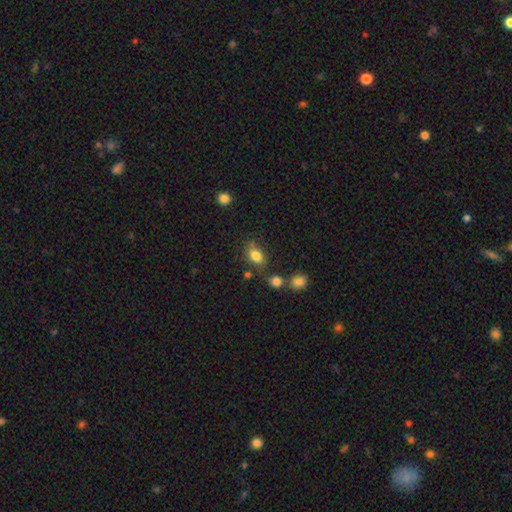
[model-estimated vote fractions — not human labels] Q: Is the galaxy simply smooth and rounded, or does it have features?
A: smooth — 82%.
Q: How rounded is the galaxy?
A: in between — 80%.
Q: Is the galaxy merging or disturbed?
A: none — 64%.